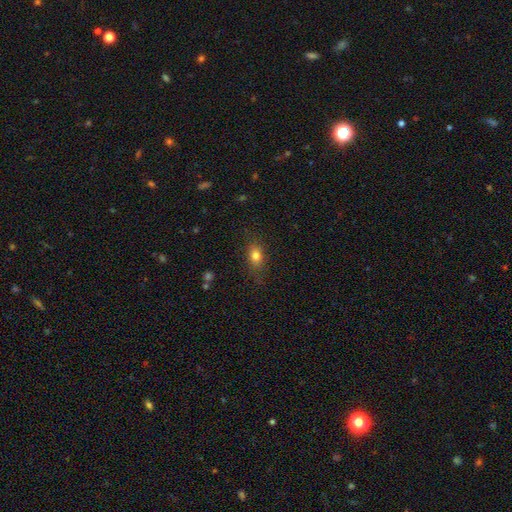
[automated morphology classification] smooth-or-featured: smooth: 79% | star or artifact: 11% | featured or disk: 10%
  how-rounded: in between: 69% | round: 26% | cigar-shaped: 5%
  merging: none: 79% | minor disturbance: 15% | major disturbance: 5% | merger: 1%